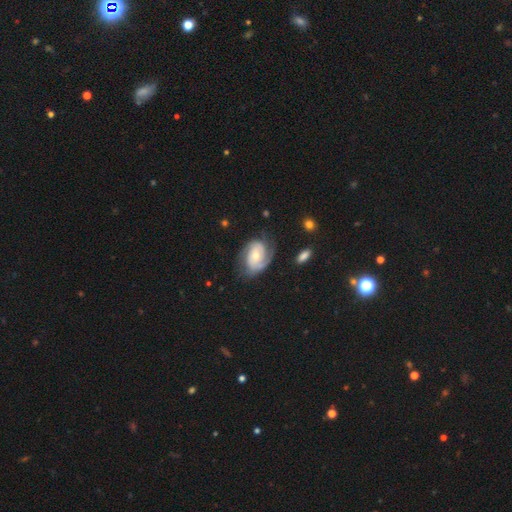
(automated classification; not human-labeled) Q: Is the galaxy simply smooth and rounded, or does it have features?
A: featured or disk — 75%.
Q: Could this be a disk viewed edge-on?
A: no — 96%.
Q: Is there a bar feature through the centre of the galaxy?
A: no — 63%.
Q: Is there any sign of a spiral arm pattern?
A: yes — 91%.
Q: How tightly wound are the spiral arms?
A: tight — 50%.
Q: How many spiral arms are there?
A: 2 — 60%.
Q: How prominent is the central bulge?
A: moderate — 48%.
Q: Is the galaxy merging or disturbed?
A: none — 63%.